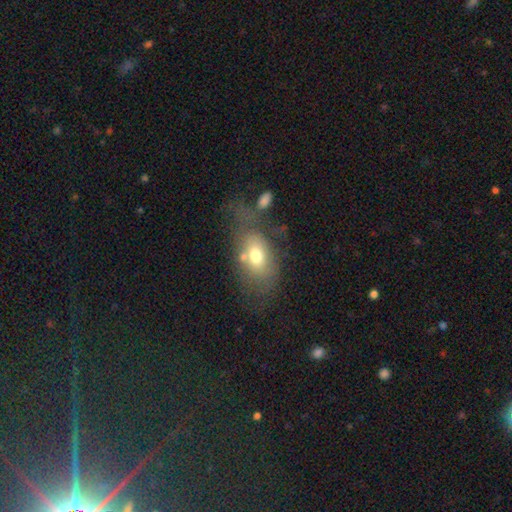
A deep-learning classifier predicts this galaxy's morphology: smooth 64%, featured or disk 25%, star or artifact 10%. Down the decision tree: how rounded — in between (81%); merging — none (39%).